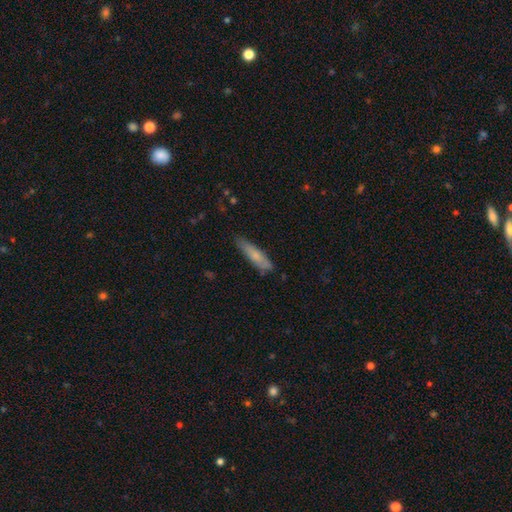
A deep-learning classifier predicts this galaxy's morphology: Smooth or featured?
  - smooth: 70% *
  - featured or disk: 24%
  - star or artifact: 6%
How rounded?
  - cigar-shaped: 78% *
  - in between: 21%
  - round: 2%
Merging?
  - none: 78% *
  - minor disturbance: 18%
  - major disturbance: 3%
  - merger: 2%